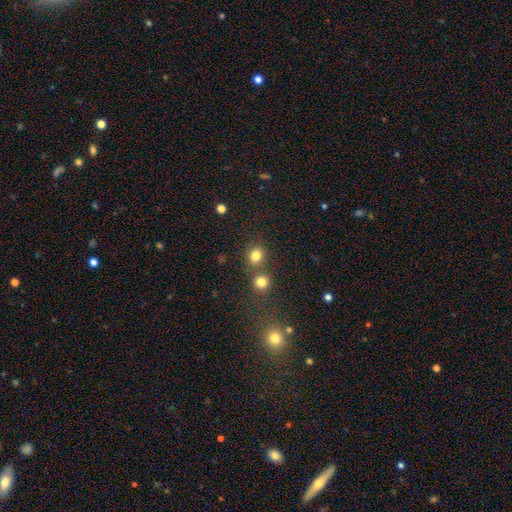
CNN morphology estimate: smooth_or_featured: smooth (p=0.80) [alt: star or artifact p=0.14]
how_rounded: round (p=0.77) [alt: in between p=0.22]
merging: none (p=0.68) [alt: merger p=0.21]